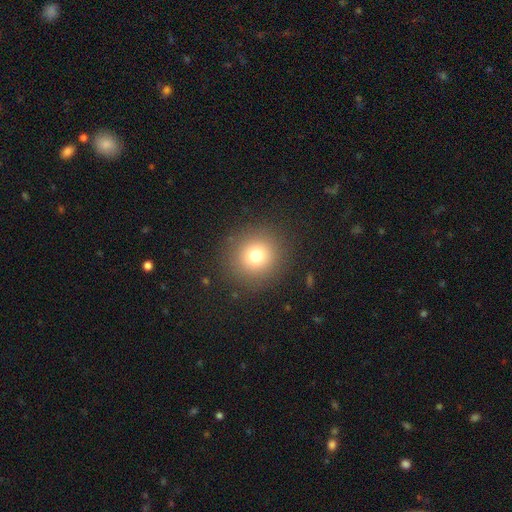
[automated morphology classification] Q: Smooth or featured?
A: smooth (75%); runner-up: star or artifact (15%)
Q: How rounded?
A: round (93%); runner-up: in between (6%)
Q: Merging?
A: none (89%); runner-up: minor disturbance (6%)